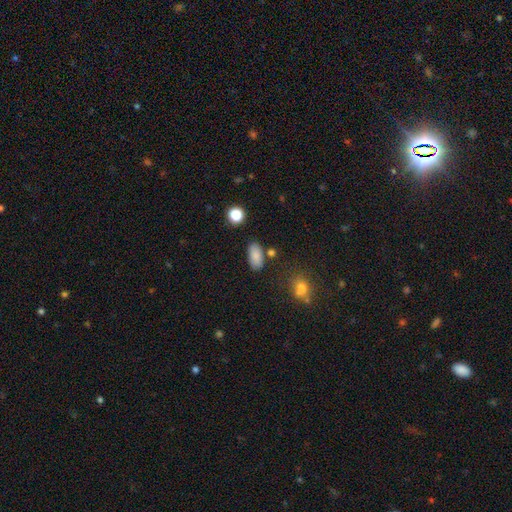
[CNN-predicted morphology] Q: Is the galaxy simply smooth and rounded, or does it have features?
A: smooth — 85%.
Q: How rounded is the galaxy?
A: in between — 92%.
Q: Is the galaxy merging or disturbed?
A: none — 79%.